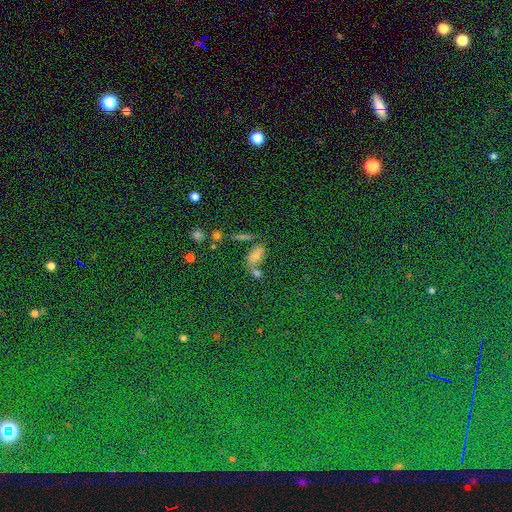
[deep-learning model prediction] The model was most divided on "merging": none: 46%, merger: 32%, minor disturbance: 14%, major disturbance: 8%. More confident: how rounded — in between (80%); smooth or featured — smooth (65%).